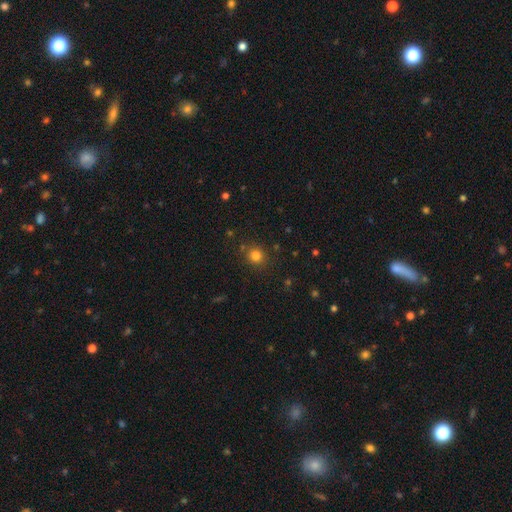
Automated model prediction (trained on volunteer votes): Smooth or featured? smooth (80%)
How rounded? round (88%)
Merging? none (85%)